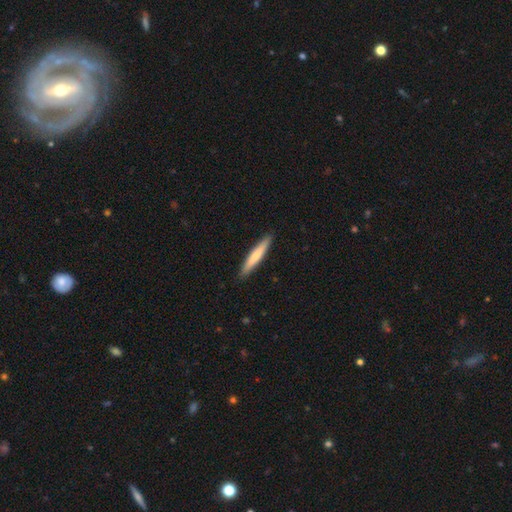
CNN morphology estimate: smooth 69%, featured or disk 27%, star or artifact 5%. Down the decision tree: how rounded — cigar-shaped (93%); merging — none (91%).